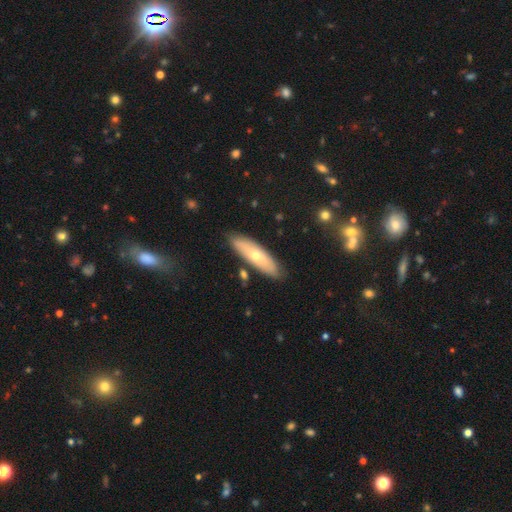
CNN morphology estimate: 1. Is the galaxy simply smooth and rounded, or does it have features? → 53% smooth, 41% featured or disk, 6% star or artifact.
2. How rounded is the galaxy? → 58% cigar-shaped, 40% in between, 2% round.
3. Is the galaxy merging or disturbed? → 85% none, 10% minor disturbance, 3% merger, 2% major disturbance.